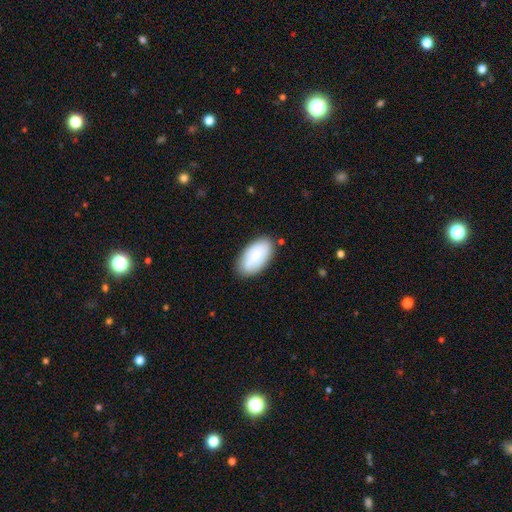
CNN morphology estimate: Smooth or featured? smooth (75%)
How rounded? in between (95%)
Merging? none (81%)